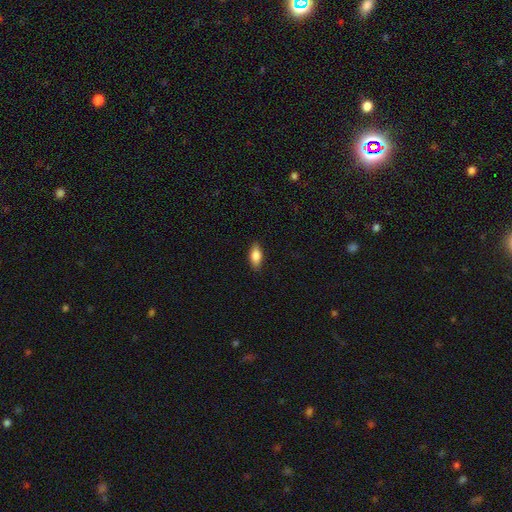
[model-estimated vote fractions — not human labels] The model was most divided on "how rounded": in between: 83%, cigar-shaped: 14%, round: 3%. More confident: merging — none (87%); smooth or featured — smooth (83%).